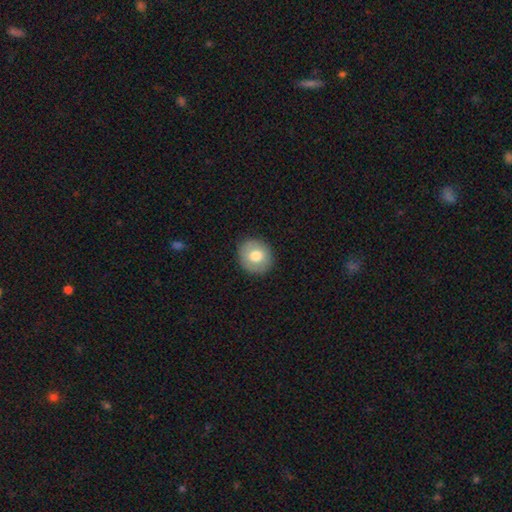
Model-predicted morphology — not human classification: A smooth galaxy with no disk features (74%) that is round (86%). Merging: none (89%).